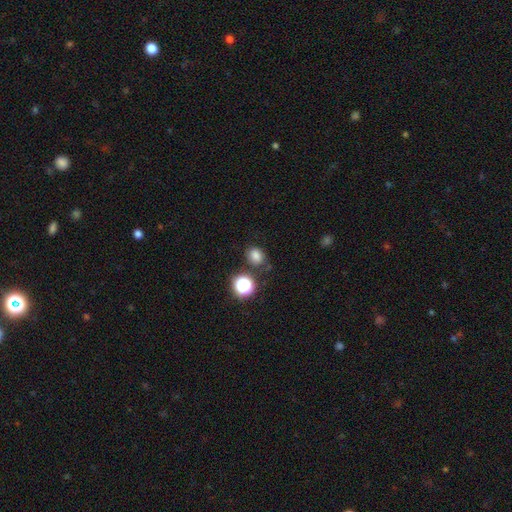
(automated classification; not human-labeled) A smooth galaxy with no disk features (76%) that is round (53%).

Vote fractions:
- Smooth or featured? smooth: 76% / star or artifact: 17% / featured or disk: 7%
- How rounded? round: 53% / in between: 46% / cigar-shaped: 1%
- Merging? none: 73% / minor disturbance: 15% / merger: 7% / major disturbance: 5%